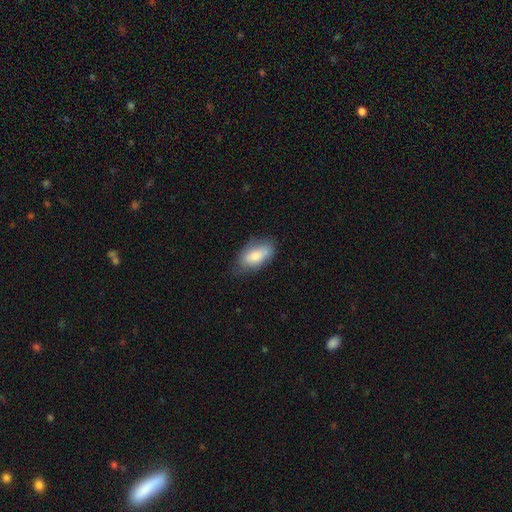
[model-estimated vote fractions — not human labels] The model was most divided on "merging": none: 65%, minor disturbance: 25%, major disturbance: 6%, merger: 3%. More confident: how rounded — in between (90%); smooth or featured — smooth (77%).